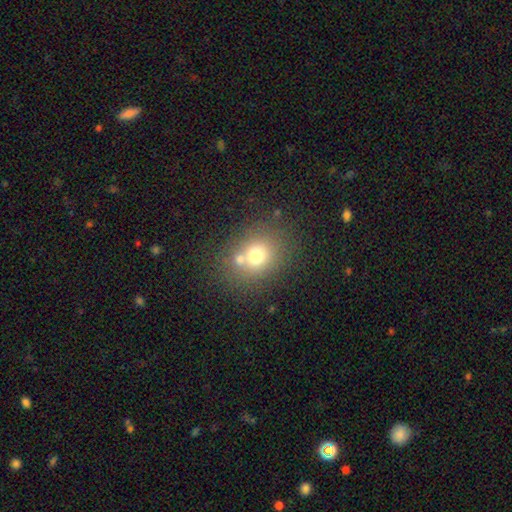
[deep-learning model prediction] Morphology: type=smooth (70%); roundness=round (68%); merging=none (58%).